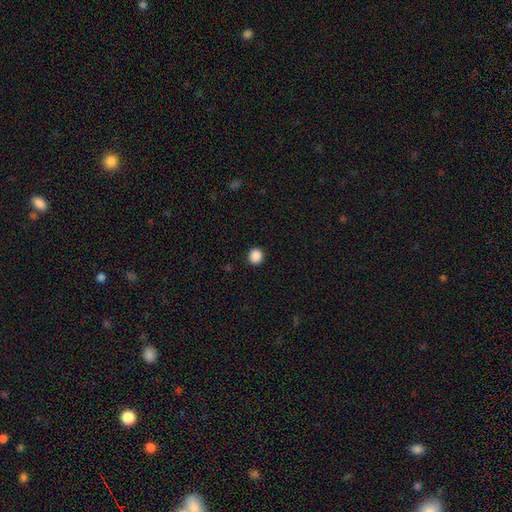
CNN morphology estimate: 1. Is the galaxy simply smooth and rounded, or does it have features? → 88% smooth, 10% star or artifact, 2% featured or disk.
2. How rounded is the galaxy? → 88% round, 11% in between, 1% cigar-shaped.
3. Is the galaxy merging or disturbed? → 92% none, 6% minor disturbance, 2% major disturbance, 1% merger.